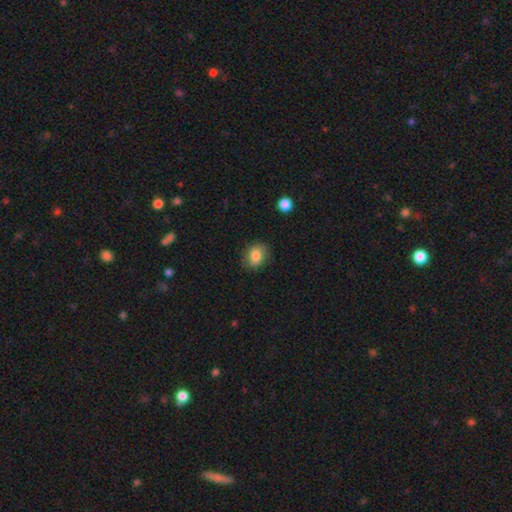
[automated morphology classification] Q: Smooth or featured?
A: smooth (82%); runner-up: featured or disk (9%)
Q: How rounded?
A: in between (59%); runner-up: round (39%)
Q: Merging?
A: none (81%); runner-up: minor disturbance (14%)